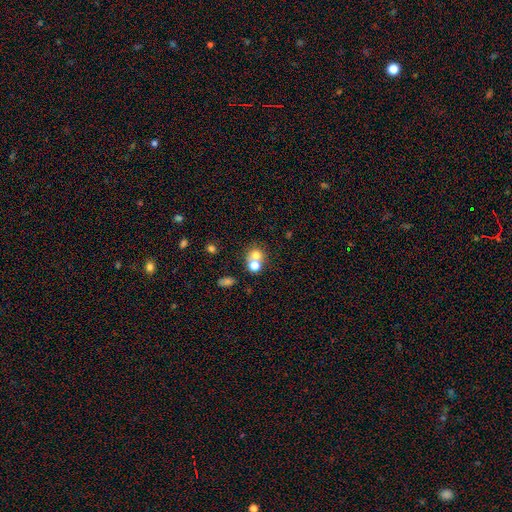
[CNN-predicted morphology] Smooth or featured? Predicted: smooth (p=0.69). How rounded? Predicted: round (p=0.78). Merging? Predicted: merger (p=0.50).